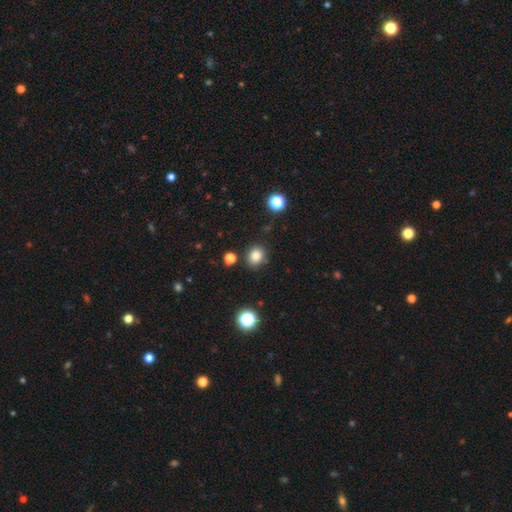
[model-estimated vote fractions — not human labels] A smooth galaxy with no disk features (83%) that is round (65%). Merging: none (82%).